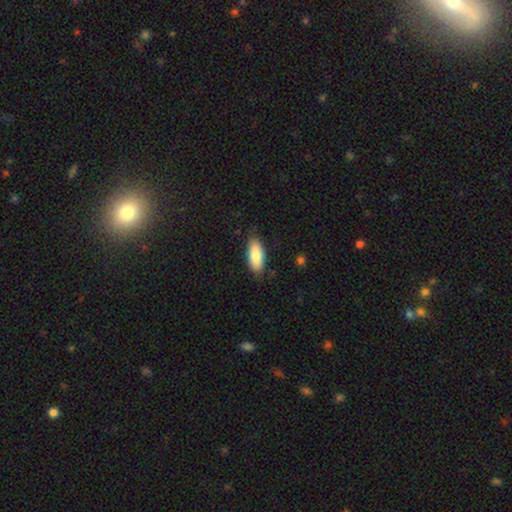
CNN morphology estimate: Overall: smooth (85%). How rounded: in between (82%). Merging: none (81%).